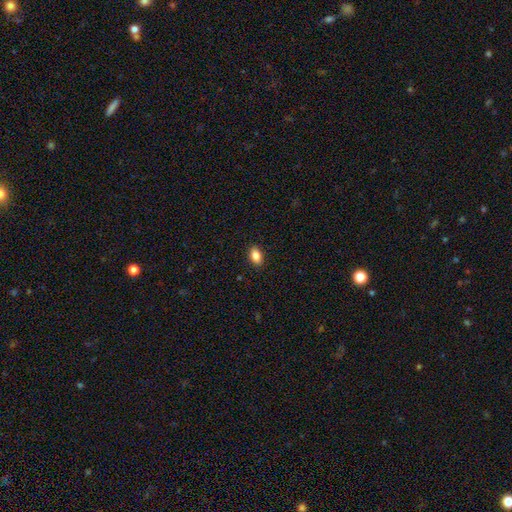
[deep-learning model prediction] A smooth galaxy with no disk features (86%) that is in between round and cigar-shaped (89%).

Vote fractions:
- Smooth or featured? smooth: 86% / star or artifact: 8% / featured or disk: 6%
- How rounded? in between: 89% / round: 9% / cigar-shaped: 2%
- Merging? none: 89% / minor disturbance: 8% / major disturbance: 2% / merger: 1%